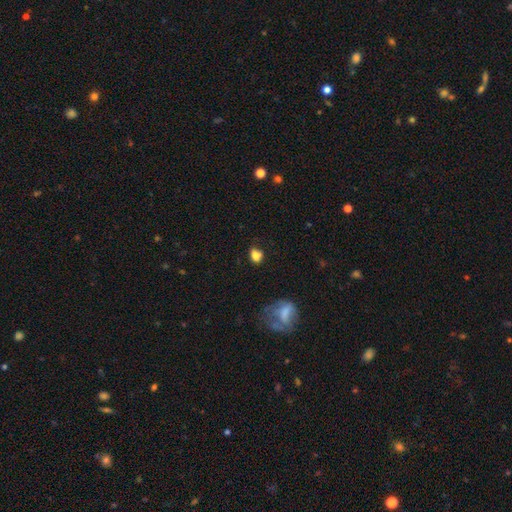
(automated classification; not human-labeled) Smooth or featured: smooth — 79% (star or artifact — 12%)
How rounded: in between — 61% (round — 38%)
Merging: none — 55% (minor disturbance — 26%)